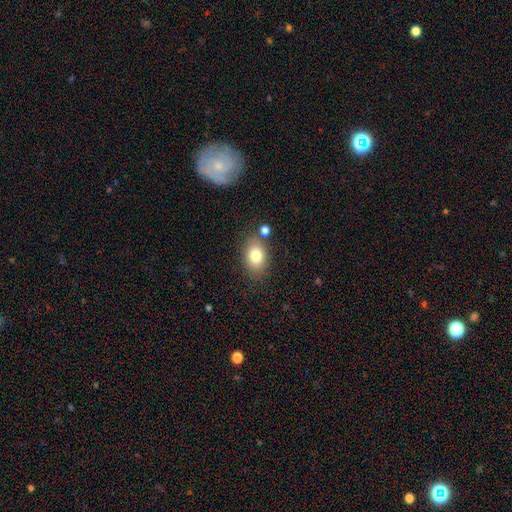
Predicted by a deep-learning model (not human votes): This is likely a smooth galaxy (80%). How rounded: likely in between (73%). Merging: likely none (75%).